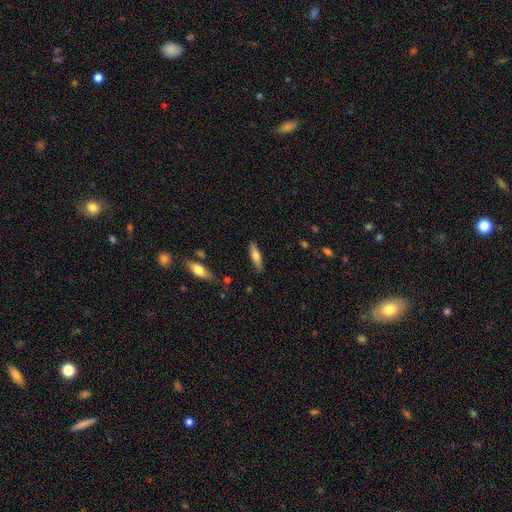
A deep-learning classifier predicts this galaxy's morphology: This appears to be a smooth galaxy with no disk features (63%) that is cigar-shaped (67%). Merging: none (85%).